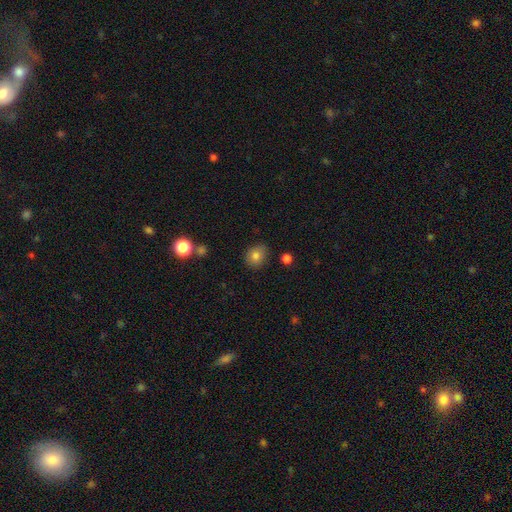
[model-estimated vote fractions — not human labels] This is likely a smooth galaxy (80%). How rounded: likely round (64%). Merging: clearly none (83%).